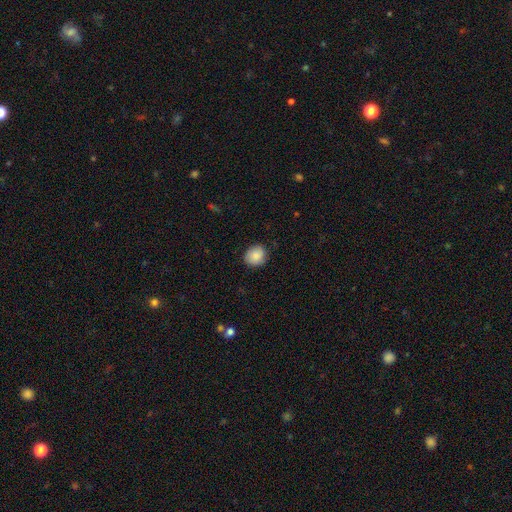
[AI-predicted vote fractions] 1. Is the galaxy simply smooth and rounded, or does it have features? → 87% smooth, 7% star or artifact, 6% featured or disk.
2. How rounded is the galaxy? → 66% round, 33% in between, 1% cigar-shaped.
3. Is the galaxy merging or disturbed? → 85% none, 11% minor disturbance, 2% major disturbance, 1% merger.